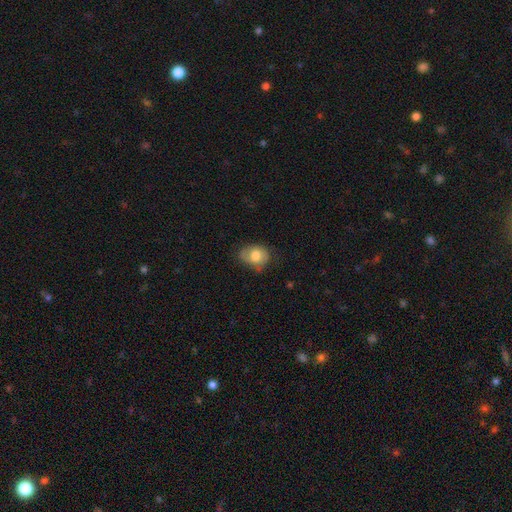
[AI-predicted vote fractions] Morphology: type=smooth (70%); roundness=in between (57%); merging=none (55%).